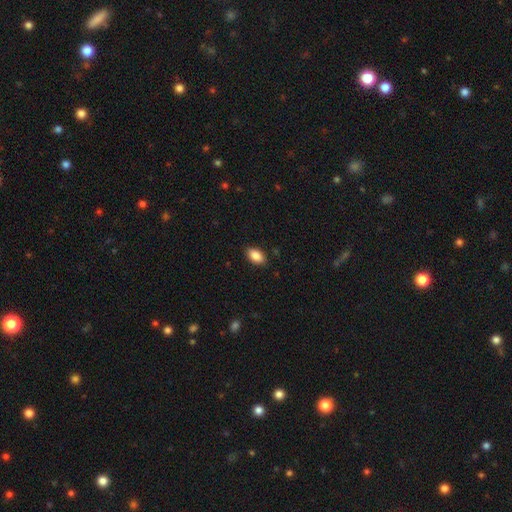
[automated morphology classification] Overall: smooth (88%). How rounded: in between (92%). Merging: none (89%).